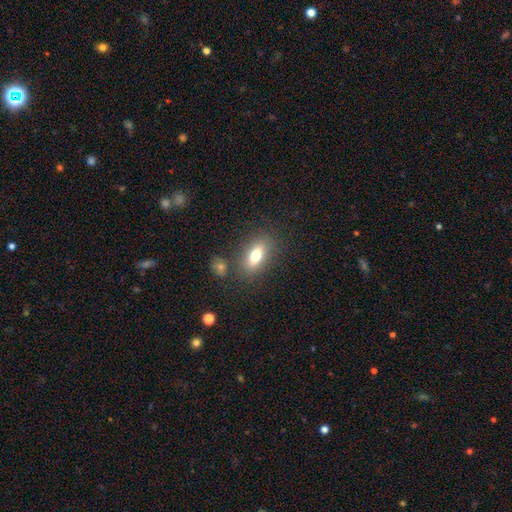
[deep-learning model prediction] Q: Smooth or featured?
A: smooth (72%); runner-up: featured or disk (19%)
Q: How rounded?
A: in between (80%); runner-up: cigar-shaped (13%)
Q: Merging?
A: none (79%); runner-up: minor disturbance (11%)